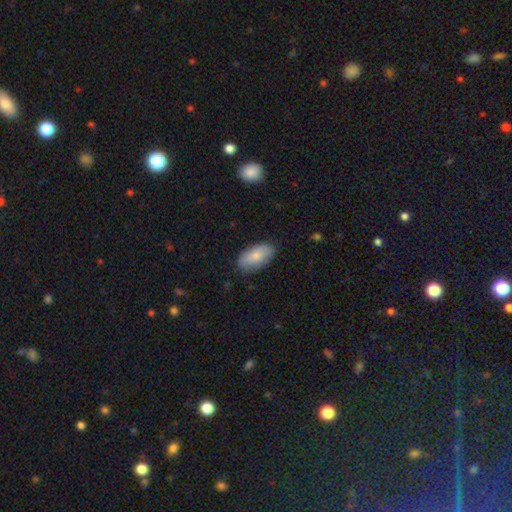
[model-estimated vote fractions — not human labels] Smooth or featured? Predicted: smooth (p=0.78). How rounded? Predicted: in between (p=0.93). Merging? Predicted: none (p=0.83).